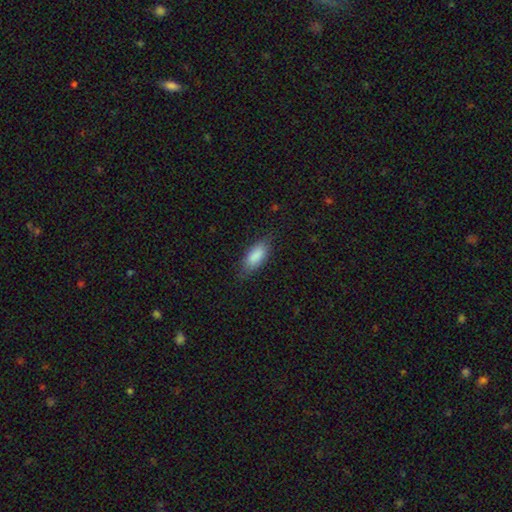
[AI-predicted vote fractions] Smooth or featured? Predicted: smooth (p=0.86). How rounded? Predicted: in between (p=0.82). Merging? Predicted: none (p=0.76).